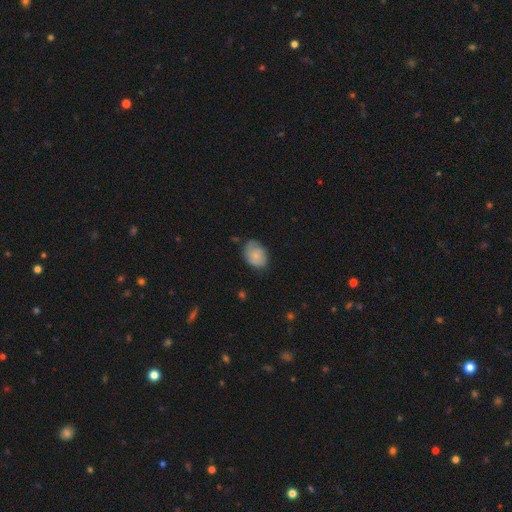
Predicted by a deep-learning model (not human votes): Smooth or featured? Predicted: smooth (p=0.62). How rounded? Predicted: in between (p=0.71). Merging? Predicted: none (p=0.62).